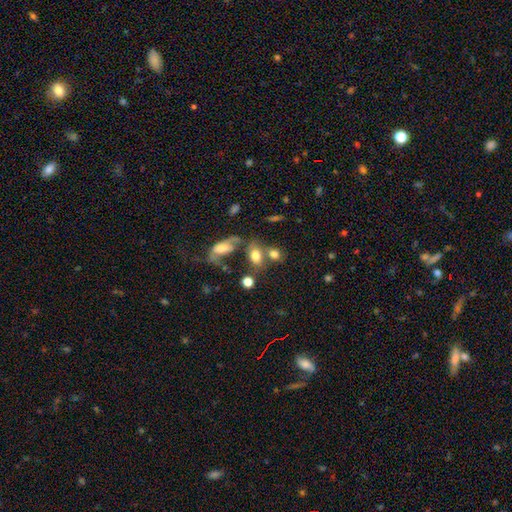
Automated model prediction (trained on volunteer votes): Smooth or featured? Predicted: smooth (p=0.74). How rounded? Predicted: in between (p=0.77). Merging? Predicted: none (p=0.40).